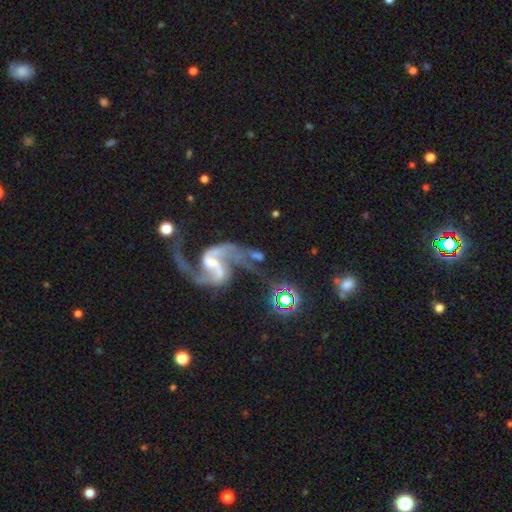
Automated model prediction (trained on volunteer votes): Q: Smooth or featured?
A: featured or disk (84%); runner-up: star or artifact (9%)
Q: Edge-on disk?
A: no (97%); runner-up: yes (3%)
Q: Bar?
A: weak (47%); runner-up: strong (30%)
Q: Spiral arms?
A: yes (95%); runner-up: no (5%)
Q: Spiral winding?
A: loose (72%); runner-up: medium (23%)
Q: Spiral arm count?
A: 2 (90%); runner-up: 1 (3%)
Q: Bulge size?
A: small (41%); runner-up: none (29%)
Q: Merging?
A: none (41%); runner-up: major disturbance (23%)